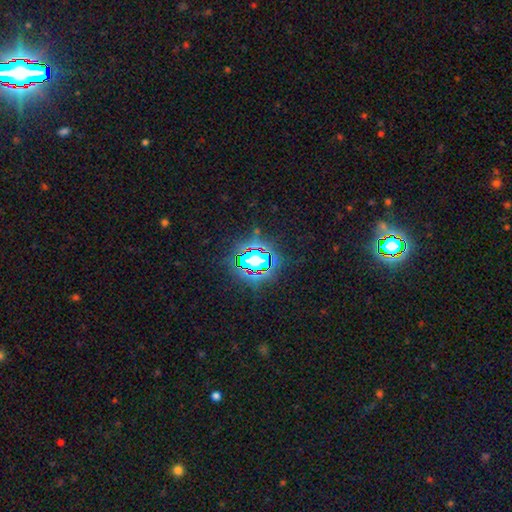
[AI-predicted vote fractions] This appears to be a star or artifact, not a galaxy (81%).